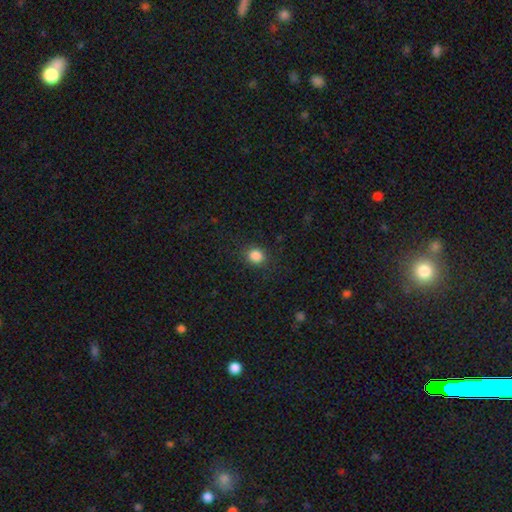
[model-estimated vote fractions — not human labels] Smooth or featured? Predicted: smooth (p=0.86). How rounded? Predicted: round (p=0.78). Merging? Predicted: none (p=0.88).